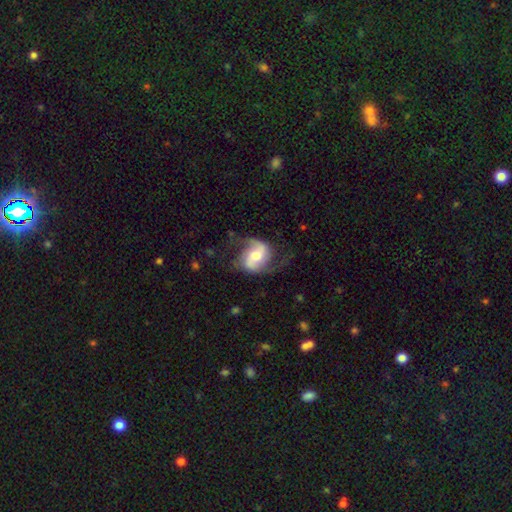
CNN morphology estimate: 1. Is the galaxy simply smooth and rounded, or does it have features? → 77% featured or disk, 18% smooth, 6% star or artifact.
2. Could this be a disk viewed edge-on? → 97% no, 3% yes.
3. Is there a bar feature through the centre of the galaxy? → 45% weak, 37% no, 18% strong.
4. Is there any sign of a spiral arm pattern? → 94% yes, 6% no.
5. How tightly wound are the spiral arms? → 46% loose, 41% medium, 13% tight.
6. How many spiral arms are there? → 88% 2, 5% can't tell, 3% 1, 2% 3, 1% 4, 1% more than 4.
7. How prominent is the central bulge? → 58% moderate, 22% small, 15% large, 3% none, 2% dominant.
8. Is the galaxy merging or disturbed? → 60% none, 22% minor disturbance, 17% major disturbance, 2% merger.